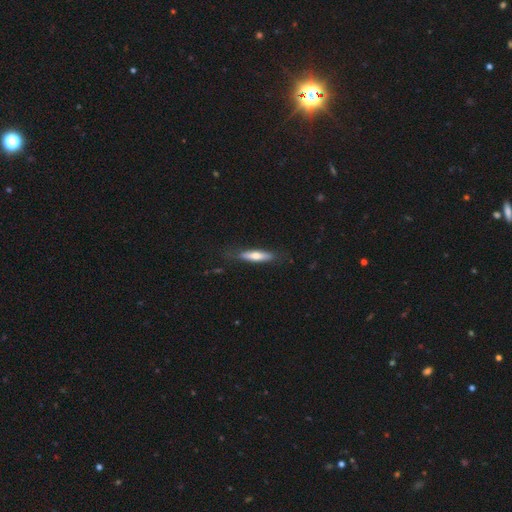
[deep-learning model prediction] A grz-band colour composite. It shows a smooth galaxy with no disk features (60%) that is cigar-shaped (77%). Merging: none (79%).